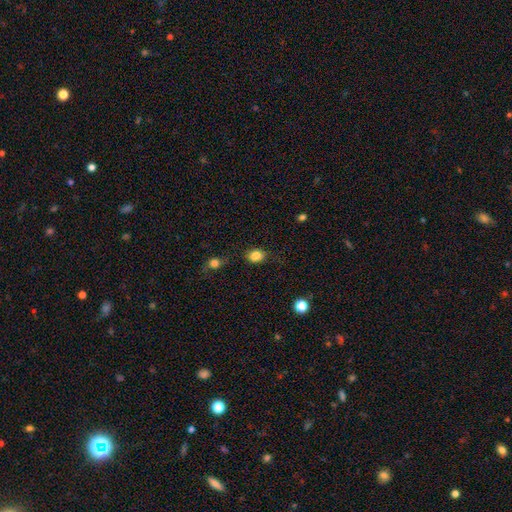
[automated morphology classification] This is clearly a smooth galaxy (82%). How rounded: possibly in between (59%). Merging: likely none (65%).